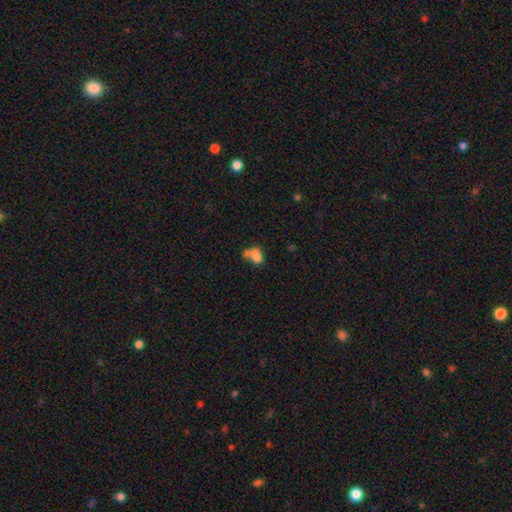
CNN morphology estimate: Smooth or featured? smooth (77%)
How rounded? in between (79%)
Merging? merger (51%)